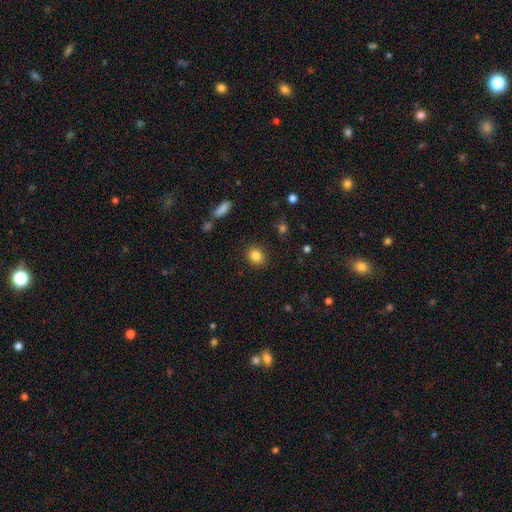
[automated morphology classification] Smooth or featured? Predicted: smooth (p=0.84). How rounded? Predicted: round (p=0.69). Merging? Predicted: none (p=0.88).